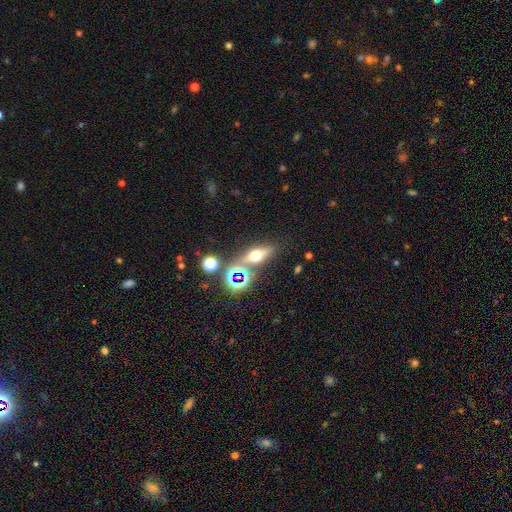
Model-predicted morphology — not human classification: smooth_or_featured: smooth (p=0.39) [alt: featured or disk p=0.37]
merging: none (p=0.71) [alt: merger p=0.13]